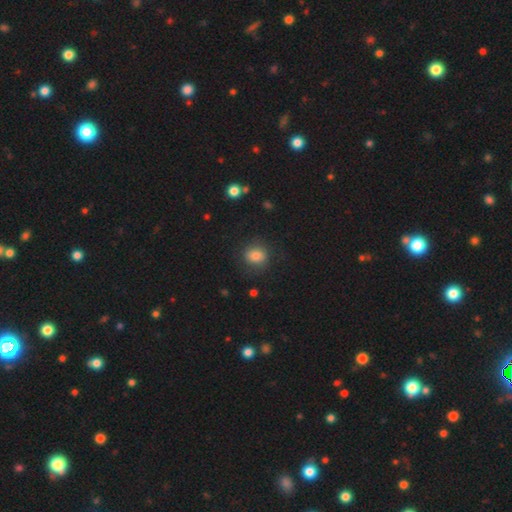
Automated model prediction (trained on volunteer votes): Morphology: type=smooth (80%); roundness=round (73%); merging=none (80%).